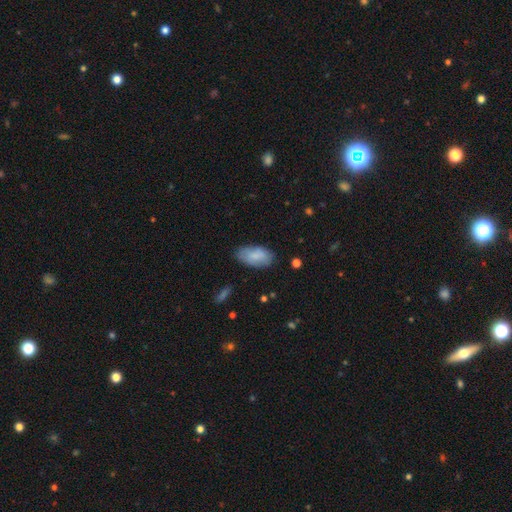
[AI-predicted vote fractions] Overall: smooth (83%). How rounded: in between (94%). Merging: none (77%).